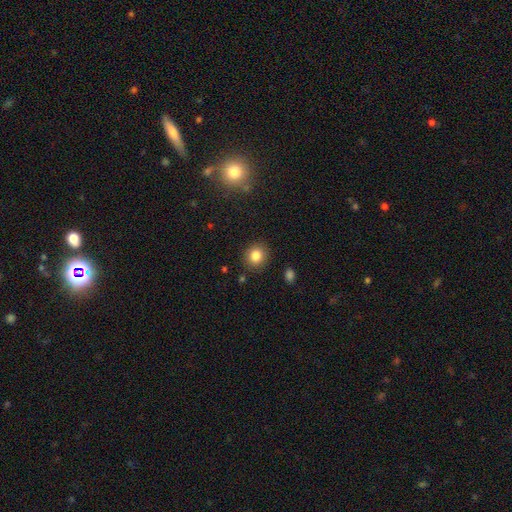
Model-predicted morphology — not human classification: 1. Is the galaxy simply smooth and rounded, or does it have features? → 83% smooth, 10% star or artifact, 6% featured or disk.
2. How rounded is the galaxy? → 84% round, 16% in between, 1% cigar-shaped.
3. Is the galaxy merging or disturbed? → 88% none, 8% minor disturbance, 2% major disturbance, 2% merger.